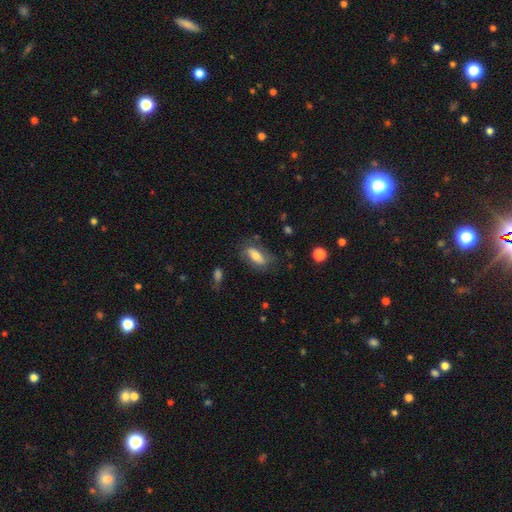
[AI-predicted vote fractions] Smooth or featured? smooth (63%)
How rounded? in between (73%)
Merging? none (69%)